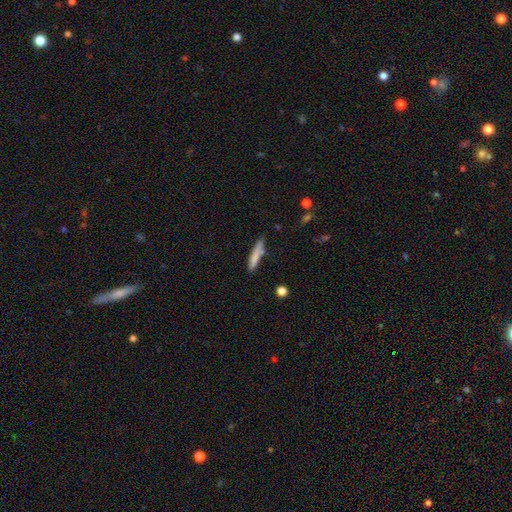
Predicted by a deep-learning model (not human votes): Smooth or featured? Predicted: smooth (p=0.77). How rounded? Predicted: cigar-shaped (p=0.89). Merging? Predicted: none (p=0.72).